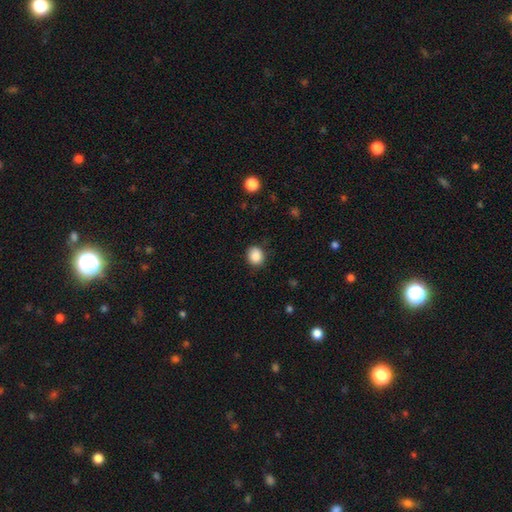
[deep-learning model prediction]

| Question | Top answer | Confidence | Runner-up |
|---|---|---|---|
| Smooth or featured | smooth | 88% | star or artifact (9%) |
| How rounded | round | 70% | in between (30%) |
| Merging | none | 83% | minor disturbance (13%) |